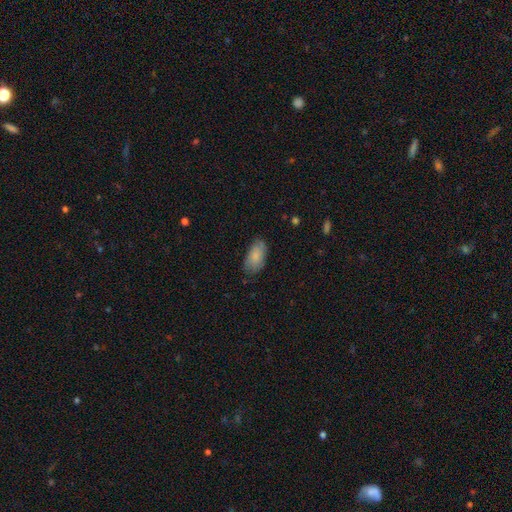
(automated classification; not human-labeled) Overall: smooth (81%). How rounded: in between (93%). Merging: none (71%).